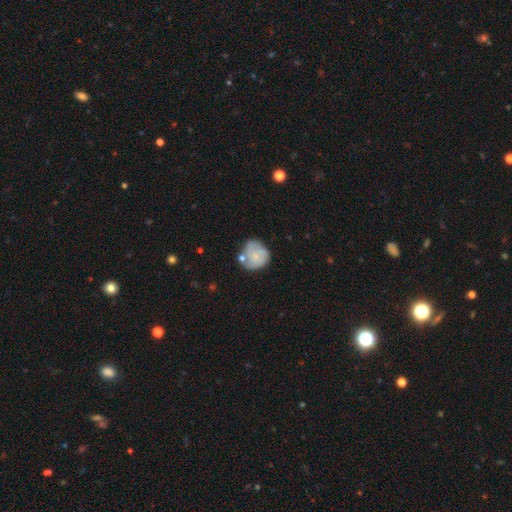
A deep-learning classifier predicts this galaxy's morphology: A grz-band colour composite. It shows a smooth galaxy with no disk features (52%) that is round (80%). Merging: none (50%).